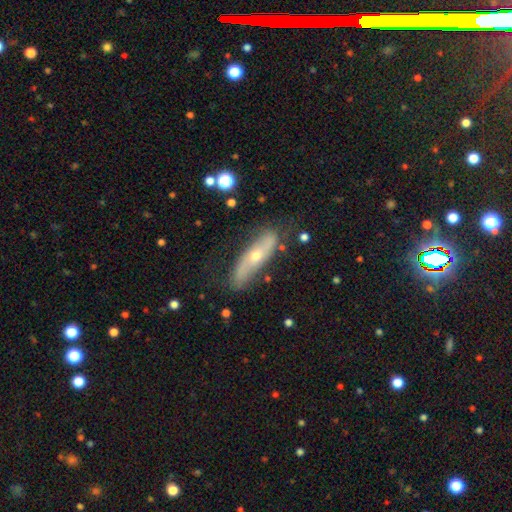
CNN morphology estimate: smooth_or_featured: featured or disk (p=0.60) [alt: smooth p=0.33]
disk_edge_on: no (p=0.56) [alt: yes p=0.44]
merging: none (p=0.74) [alt: minor disturbance p=0.19]